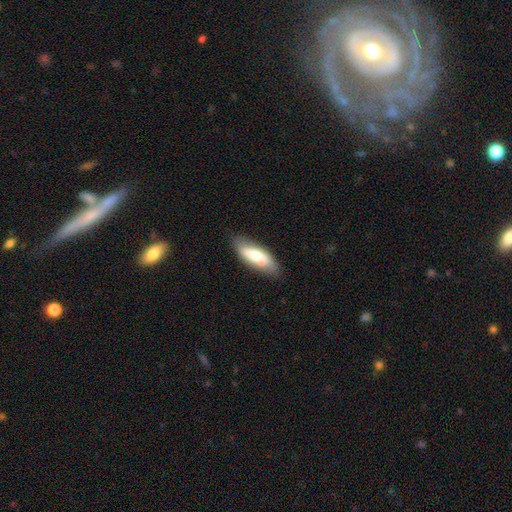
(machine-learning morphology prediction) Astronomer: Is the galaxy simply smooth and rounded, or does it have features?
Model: smooth — 64%.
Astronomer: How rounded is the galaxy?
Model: in between — 67%.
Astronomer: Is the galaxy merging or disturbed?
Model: none — 77%.